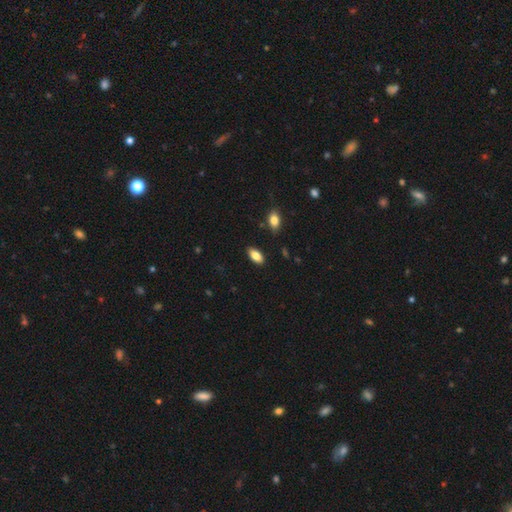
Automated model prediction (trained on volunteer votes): A smooth galaxy with no disk features (83%) that is in between round and cigar-shaped (91%).

Vote fractions:
- Smooth or featured? smooth: 83% / featured or disk: 10% / star or artifact: 7%
- How rounded? in between: 91% / cigar-shaped: 6% / round: 3%
- Merging? none: 87% / minor disturbance: 9% / major disturbance: 2% / merger: 2%